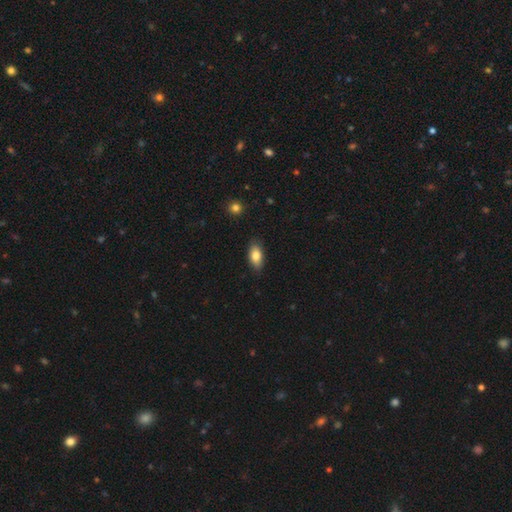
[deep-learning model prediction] Q: Smooth or featured?
A: smooth (82%); runner-up: featured or disk (11%)
Q: How rounded?
A: in between (90%); runner-up: cigar-shaped (6%)
Q: Merging?
A: none (85%); runner-up: minor disturbance (12%)